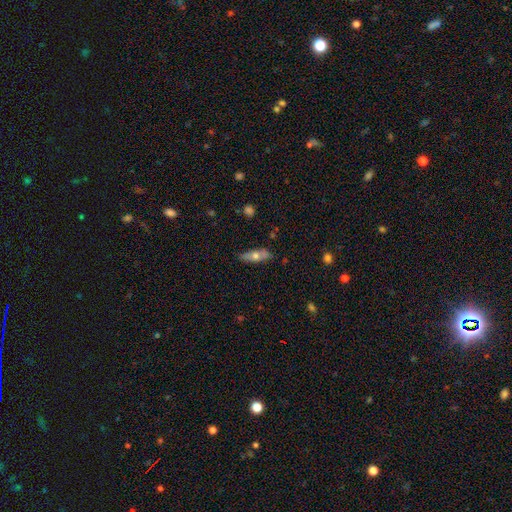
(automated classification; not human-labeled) This appears to be a smooth galaxy with no disk features (57%) that is in between round and cigar-shaped (55%). Merging: none (79%).